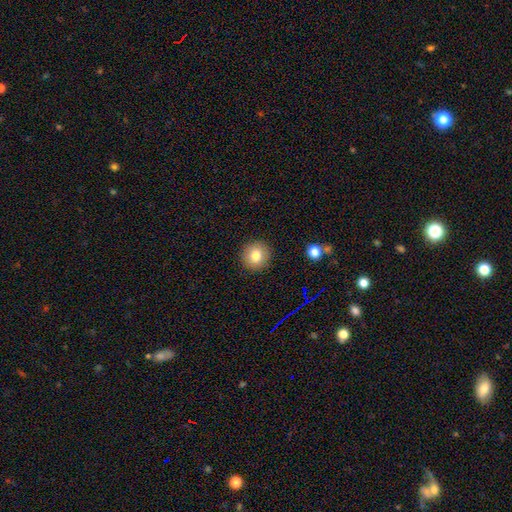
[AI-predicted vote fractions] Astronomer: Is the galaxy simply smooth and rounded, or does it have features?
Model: smooth — 80%.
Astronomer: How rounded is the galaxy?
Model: round — 94%.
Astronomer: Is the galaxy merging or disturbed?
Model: none — 91%.